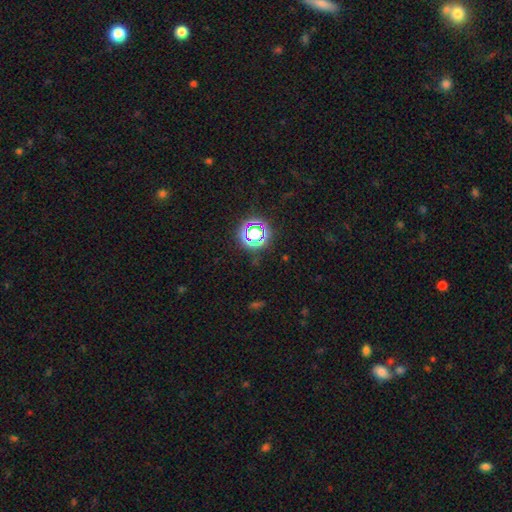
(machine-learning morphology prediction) type=star or artifact (74%).